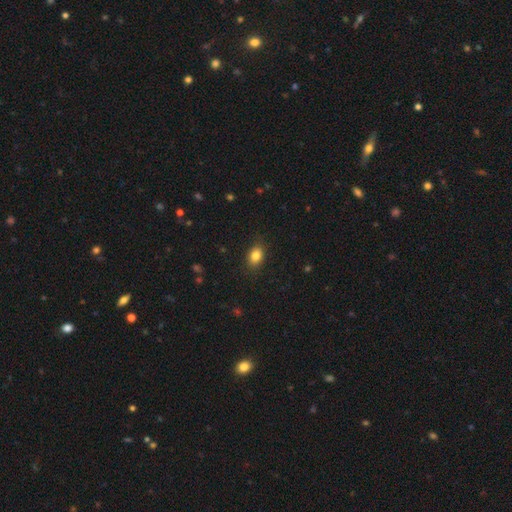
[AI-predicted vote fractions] A smooth galaxy with no disk features (83%) that is in between round and cigar-shaped (74%). Merging: none (86%).